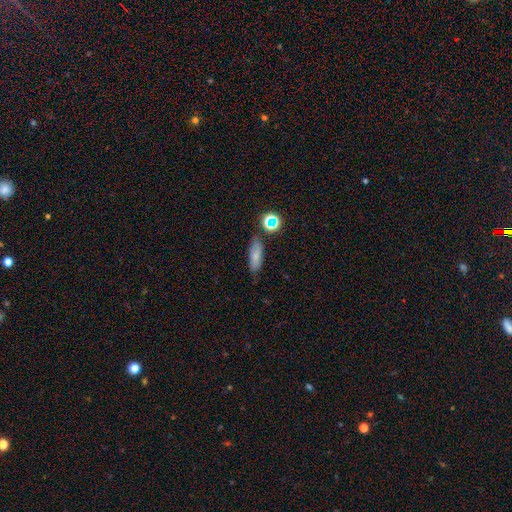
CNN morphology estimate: This appears to be a smooth galaxy with no disk features (73%) that is in between round and cigar-shaped (57%). Merging: none (75%).